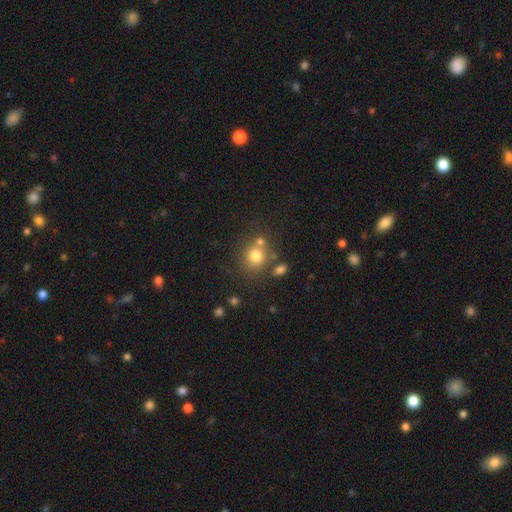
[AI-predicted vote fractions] Smooth or featured?
  - smooth: 76% *
  - star or artifact: 14%
  - featured or disk: 10%
How rounded?
  - round: 80% *
  - in between: 19%
  - cigar-shaped: 1%
Merging?
  - none: 62% *
  - merger: 21%
  - minor disturbance: 11%
  - major disturbance: 5%